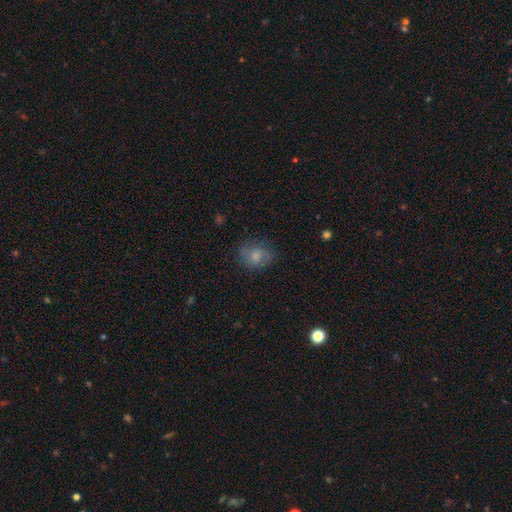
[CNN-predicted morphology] smooth_or_featured: smooth (p=0.77) [alt: featured or disk p=0.14]
how_rounded: round (p=0.52) [alt: in between p=0.46]
merging: none (p=0.72) [alt: minor disturbance p=0.20]